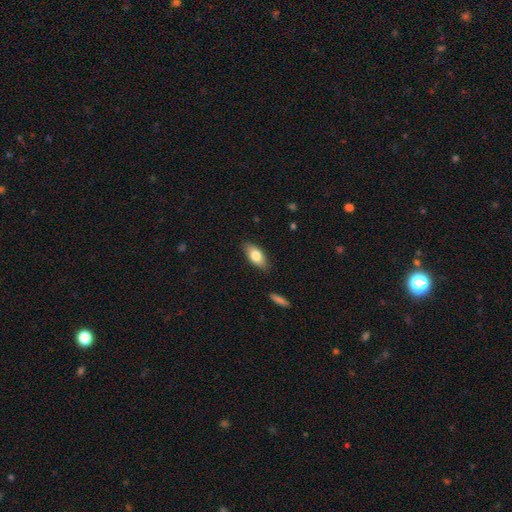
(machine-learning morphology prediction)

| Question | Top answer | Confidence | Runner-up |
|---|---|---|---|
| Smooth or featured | smooth | 78% | featured or disk (15%) |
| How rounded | in between | 88% | cigar-shaped (9%) |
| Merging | none | 85% | minor disturbance (11%) |